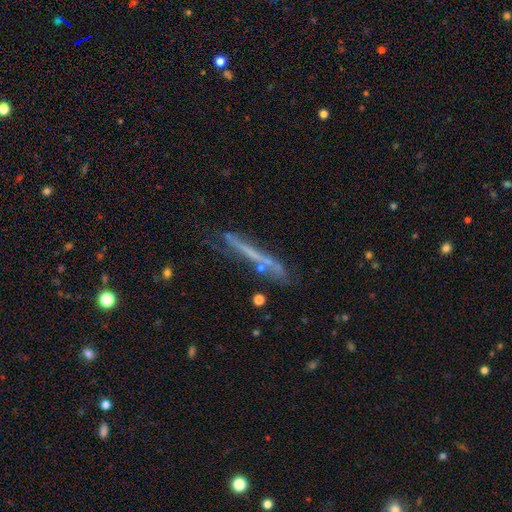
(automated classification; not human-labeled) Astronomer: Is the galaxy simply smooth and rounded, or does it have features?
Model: featured or disk — 52% (runner-up: smooth, 38%).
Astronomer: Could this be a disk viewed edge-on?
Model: yes — 84%.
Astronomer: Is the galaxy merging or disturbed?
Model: none — 66%.